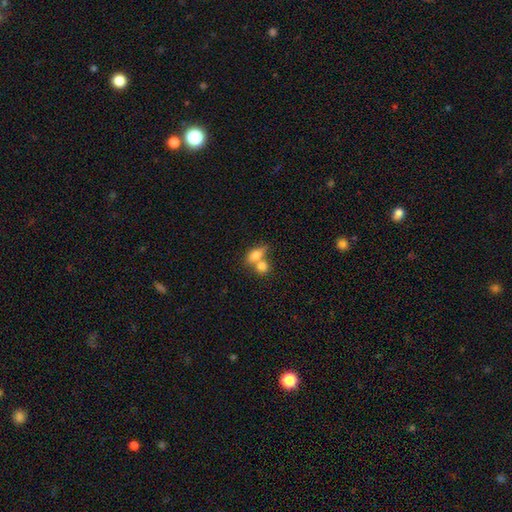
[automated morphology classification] Smooth or featured? Predicted: smooth (p=0.73). How rounded? Predicted: in between (p=0.66). Merging? Predicted: merger (p=0.56).